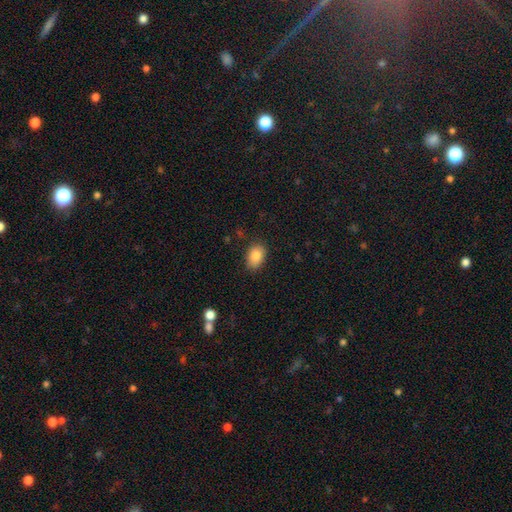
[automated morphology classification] smooth-or-featured: smooth: 86% | star or artifact: 8% | featured or disk: 6%
  how-rounded: in between: 84% | round: 15% | cigar-shaped: 1%
  merging: none: 83% | minor disturbance: 13% | major disturbance: 3% | merger: 1%